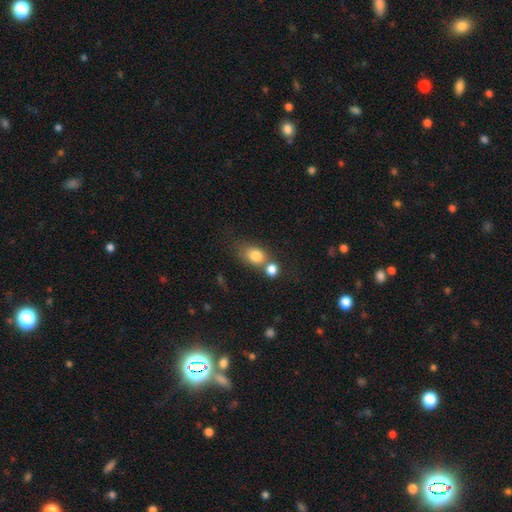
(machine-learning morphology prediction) Smooth or featured: smooth — 80% (featured or disk — 10%)
How rounded: in between — 62% (round — 36%)
Merging: merger — 41% (none — 39%)